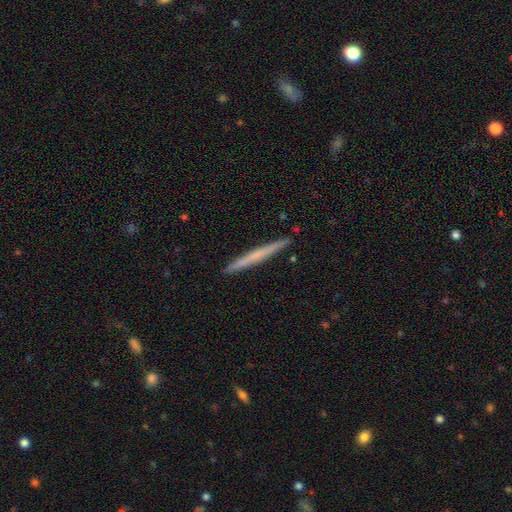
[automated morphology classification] Smooth or featured?
  - smooth: 52% *
  - featured or disk: 43%
  - star or artifact: 6%
How rounded?
  - cigar-shaped: 97% *
  - in between: 2%
  - round: 1%
Merging?
  - none: 93% *
  - minor disturbance: 5%
  - major disturbance: 1%
  - merger: 1%